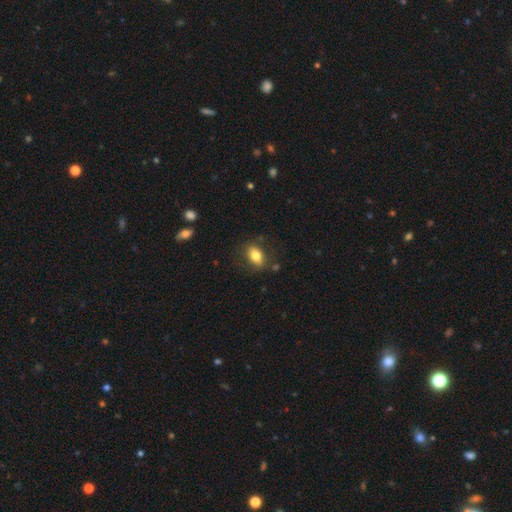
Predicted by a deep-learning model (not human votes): Overall: smooth (79%). How rounded: in between (85%). Merging: none (79%).